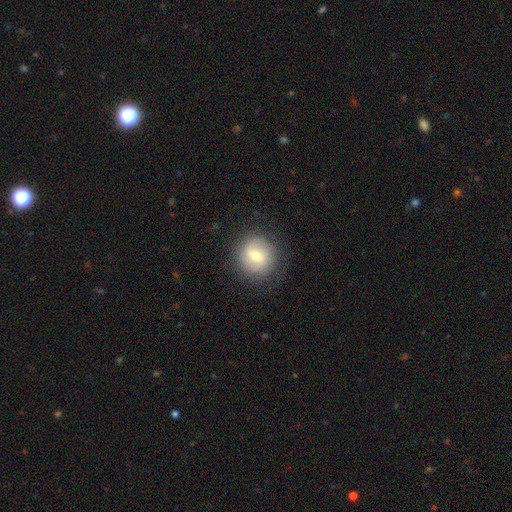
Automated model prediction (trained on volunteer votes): A smooth galaxy with no disk features (55%) that is round (89%). Merging: none (80%).